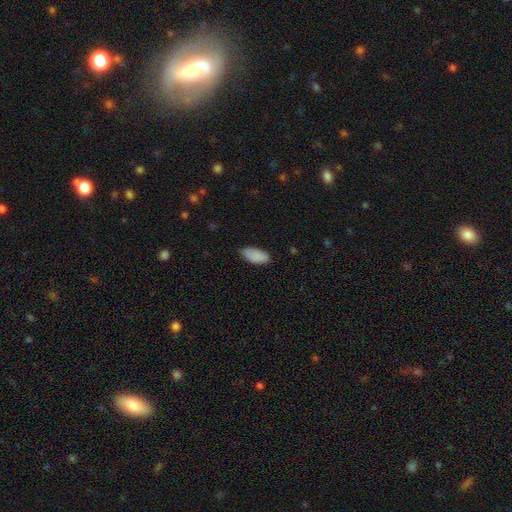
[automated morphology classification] smooth-or-featured: smooth: 87% | star or artifact: 7% | featured or disk: 6%
  how-rounded: in between: 92% | cigar-shaped: 6% | round: 2%
  merging: none: 75% | minor disturbance: 20% | major disturbance: 3% | merger: 1%